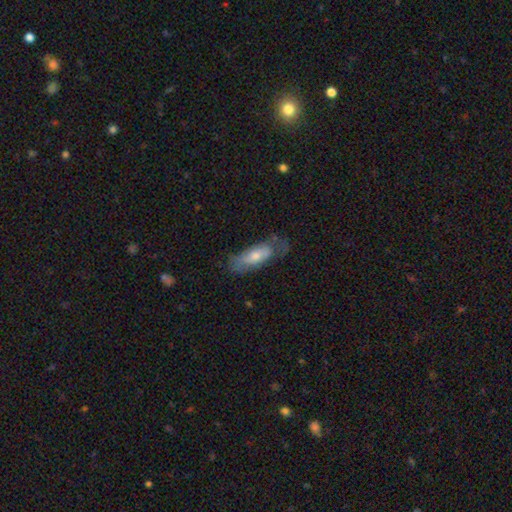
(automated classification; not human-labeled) smooth_or_featured: smooth (p=0.55) [alt: featured or disk p=0.38]
how_rounded: in between (p=0.59) [alt: cigar-shaped p=0.38]
merging: none (p=0.54) [alt: minor disturbance p=0.28]